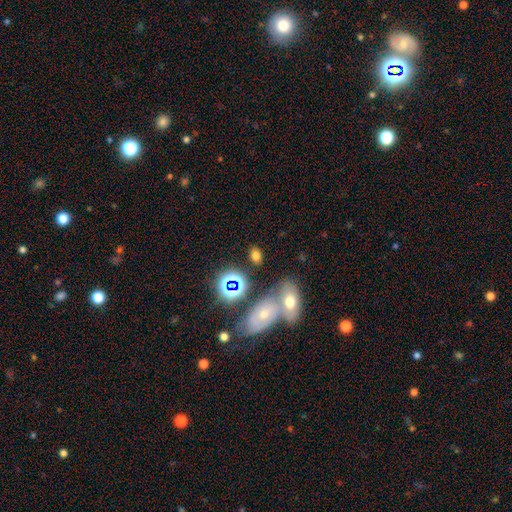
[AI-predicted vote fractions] smooth_or_featured: smooth (p=0.68) [alt: star or artifact p=0.21]
how_rounded: in between (p=0.75) [alt: round p=0.22]
merging: none (p=0.71) [alt: merger p=0.15]